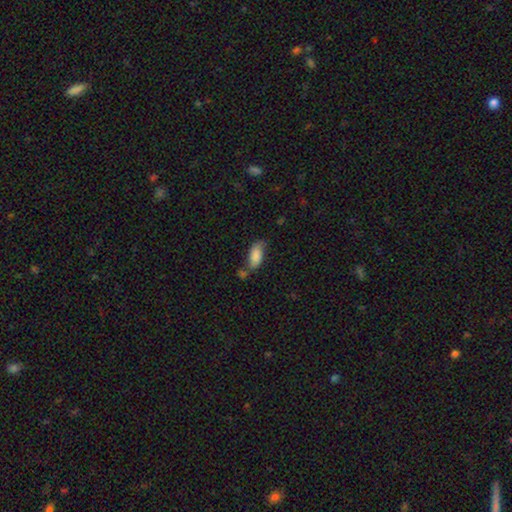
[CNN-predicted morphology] Smooth or featured: smooth — 82% (featured or disk — 11%)
How rounded: in between — 88% (cigar-shaped — 9%)
Merging: none — 50% (minor disturbance — 25%)